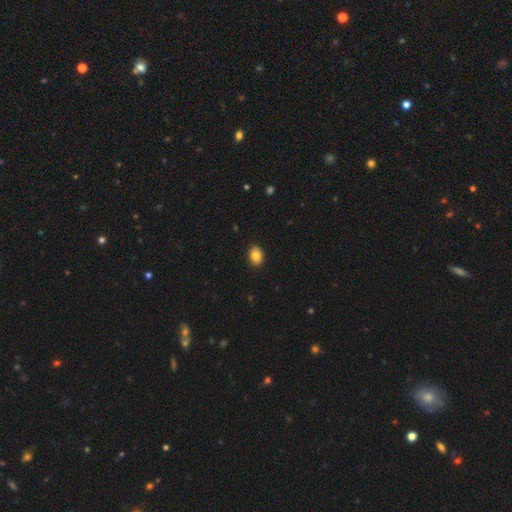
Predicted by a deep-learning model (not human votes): Smooth or featured? Predicted: smooth (p=0.84). How rounded? Predicted: in between (p=0.73). Merging? Predicted: none (p=0.90).